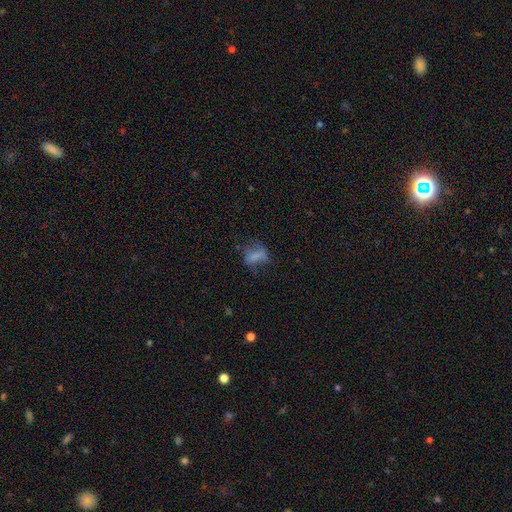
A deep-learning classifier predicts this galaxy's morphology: smooth_or_featured: smooth (p=0.59) [alt: featured or disk p=0.26]
how_rounded: in between (p=0.76) [alt: round p=0.19]
merging: none (p=0.38) [alt: major disturbance p=0.32]